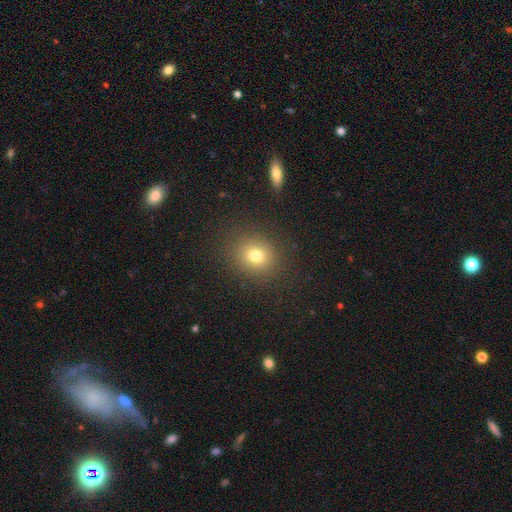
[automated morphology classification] smooth-or-featured: smooth: 76% | star or artifact: 15% | featured or disk: 9%
  how-rounded: round: 74% | in between: 25% | cigar-shaped: 1%
  merging: none: 87% | minor disturbance: 8% | major disturbance: 4% | merger: 1%